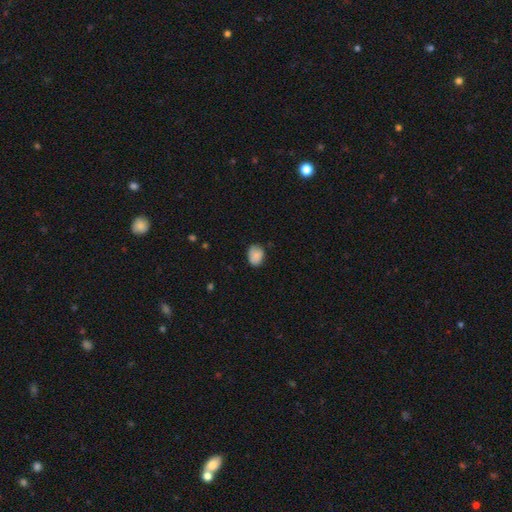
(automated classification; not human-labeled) The model was most divided on "how rounded": in between: 66%, round: 33%, cigar-shaped: 1%. More confident: smooth or featured — smooth (85%); merging — none (71%).